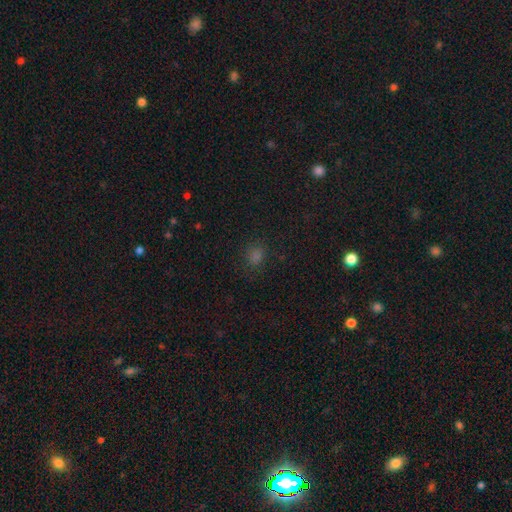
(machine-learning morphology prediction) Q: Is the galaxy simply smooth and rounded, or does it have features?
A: smooth — 69%.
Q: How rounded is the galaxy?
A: round — 69%.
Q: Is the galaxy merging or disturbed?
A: none — 85%.